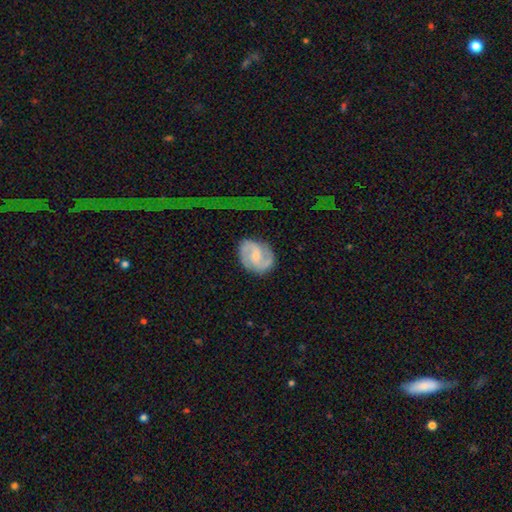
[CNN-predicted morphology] This appears to be a featured or disk galaxy (76%) with a weak bar (50%), 2 (88%) medium (50%) spiral arms (94%) and a small central bulge (43%). Merging: none (73%).